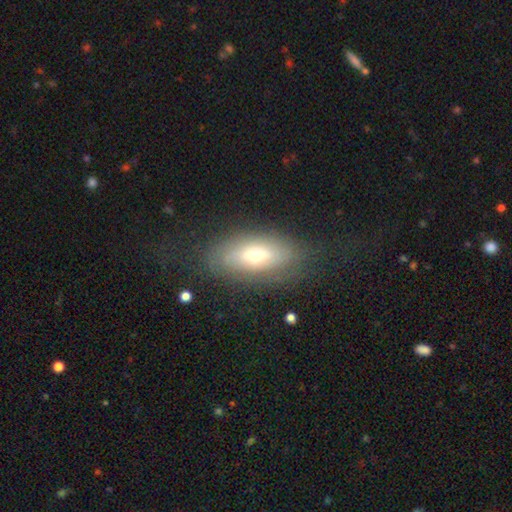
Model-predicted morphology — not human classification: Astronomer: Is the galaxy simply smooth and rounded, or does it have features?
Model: smooth — 54% (runner-up: featured or disk, 37%).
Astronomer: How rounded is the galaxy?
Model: in between — 84%.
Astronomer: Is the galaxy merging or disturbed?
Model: none — 73%.